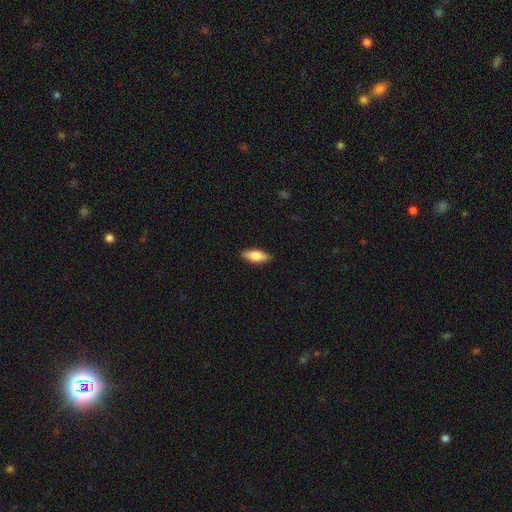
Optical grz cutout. It shows a smooth galaxy with no disk features (68%) that is in between round and cigar-shaped (81%). Merging: none (94%).